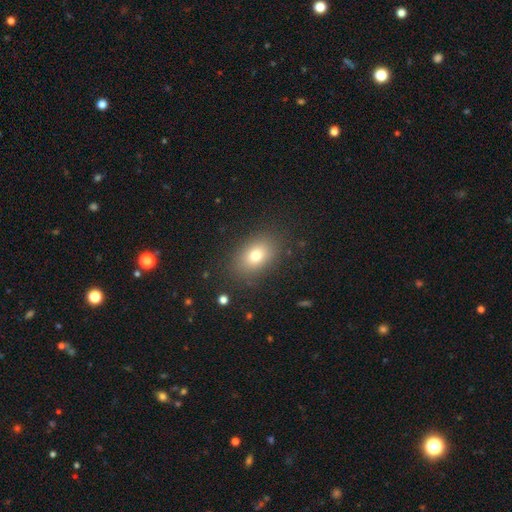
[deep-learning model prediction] Smooth or featured? Predicted: smooth (p=0.76). How rounded? Predicted: in between (p=0.78). Merging? Predicted: none (p=0.84).